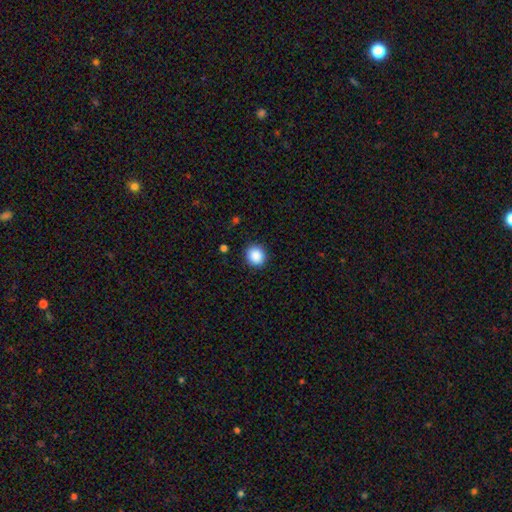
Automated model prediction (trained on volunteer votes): Q: Smooth or featured?
A: smooth (89%); runner-up: star or artifact (9%)
Q: How rounded?
A: round (86%); runner-up: in between (13%)
Q: Merging?
A: none (90%); runner-up: minor disturbance (6%)